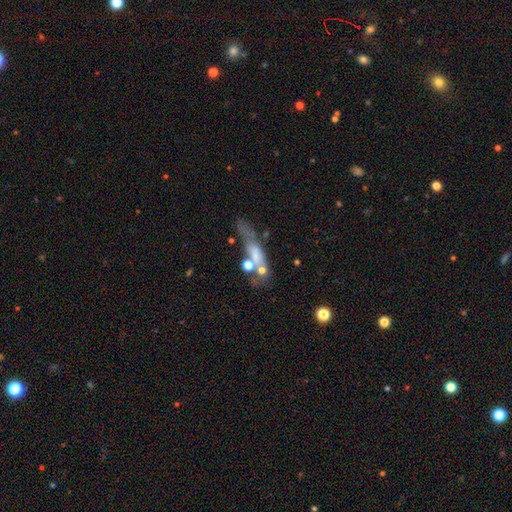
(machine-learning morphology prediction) The model was most divided on "merging": none: 32%, merger: 28%, major disturbance: 22%, minor disturbance: 18%. Remaining: smooth or featured — smooth (51%); how rounded — cigar-shaped (46%).